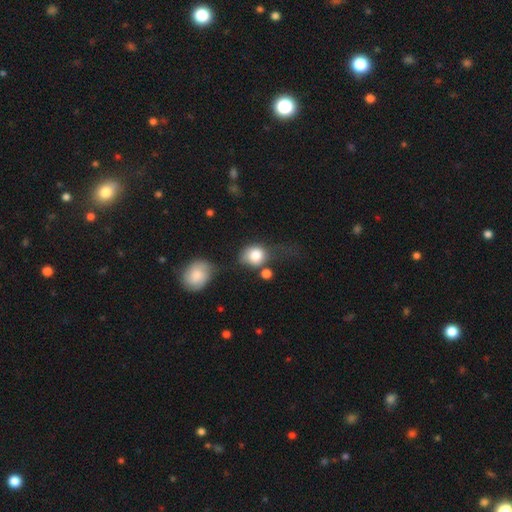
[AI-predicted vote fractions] The model was most divided on "merging": none: 39%, minor disturbance: 25%, major disturbance: 21%, merger: 15%. More confident: smooth or featured — smooth (81%); how rounded — round (68%).